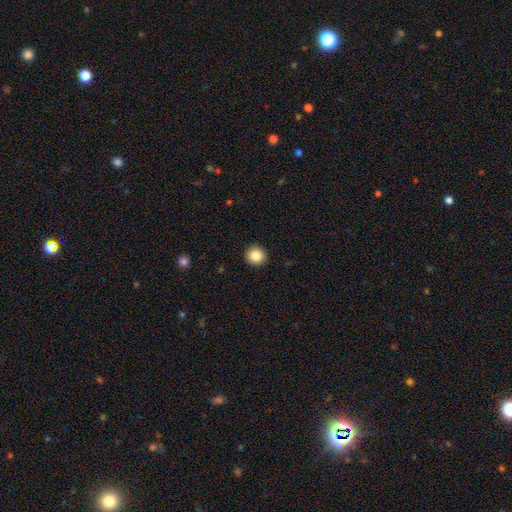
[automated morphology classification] A smooth galaxy with no disk features (86%) that is round (94%). Merging: none (93%).